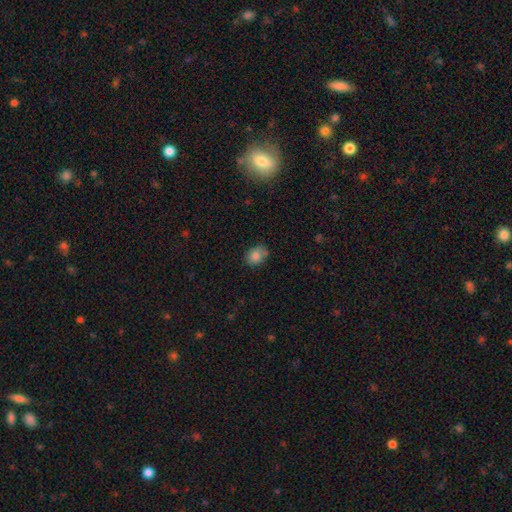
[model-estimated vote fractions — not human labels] Morphology: type=smooth (82%); roundness=in between (60%); merging=none (66%).